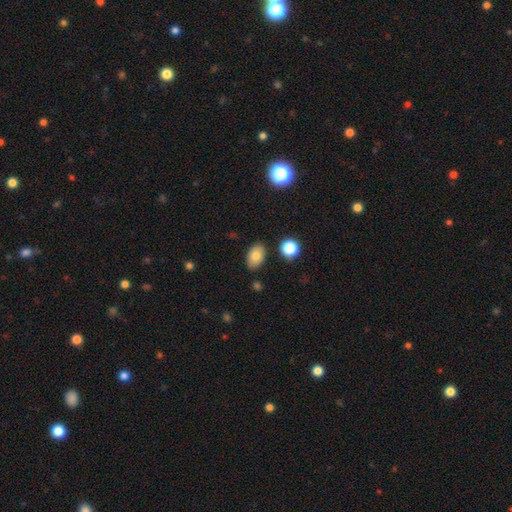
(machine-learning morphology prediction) type=smooth (79%); roundness=in between (89%); merging=none (84%).